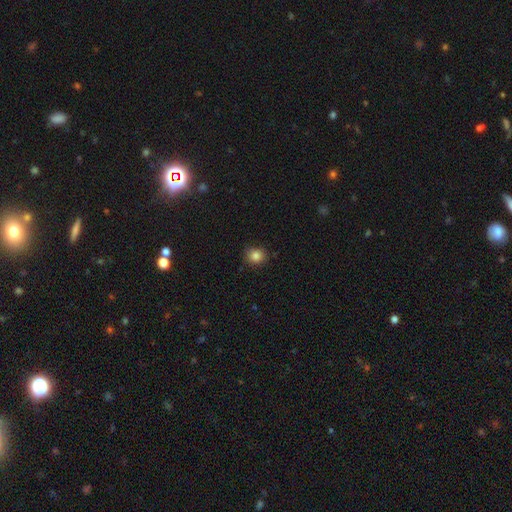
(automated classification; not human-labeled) smooth-or-featured: smooth: 84% | star or artifact: 11% | featured or disk: 5%
  how-rounded: round: 79% | in between: 20% | cigar-shaped: 1%
  merging: none: 86% | minor disturbance: 10% | major disturbance: 2% | merger: 1%